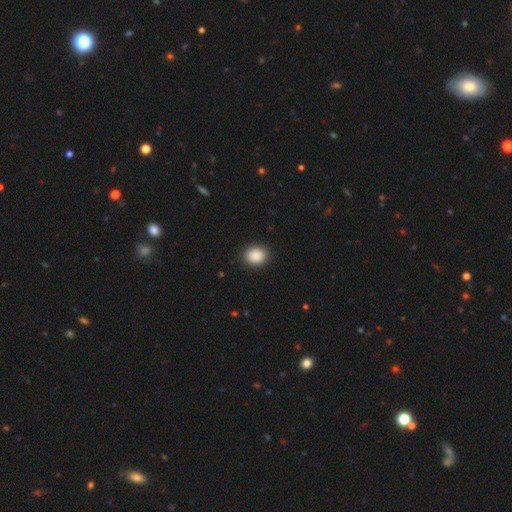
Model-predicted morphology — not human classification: smooth 89%, star or artifact 8%, featured or disk 3%. Down the decision tree: how rounded — round (58%); merging — none (91%).